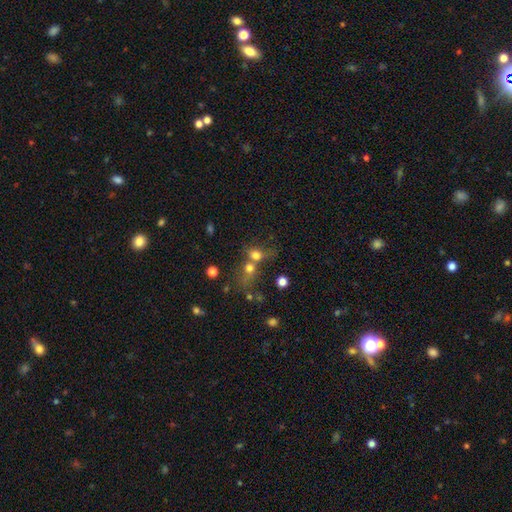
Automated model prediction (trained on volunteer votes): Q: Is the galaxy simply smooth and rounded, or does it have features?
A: smooth — 70%.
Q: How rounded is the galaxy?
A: round — 56%.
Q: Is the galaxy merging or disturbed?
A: merger — 59%.